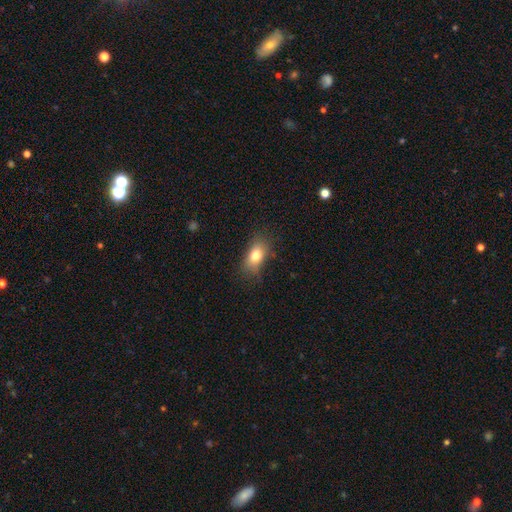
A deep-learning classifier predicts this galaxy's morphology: The model was most divided on "merging": none: 75%, minor disturbance: 19%, major disturbance: 5%, merger: 1%. More confident: how rounded — in between (84%); smooth or featured — smooth (79%).